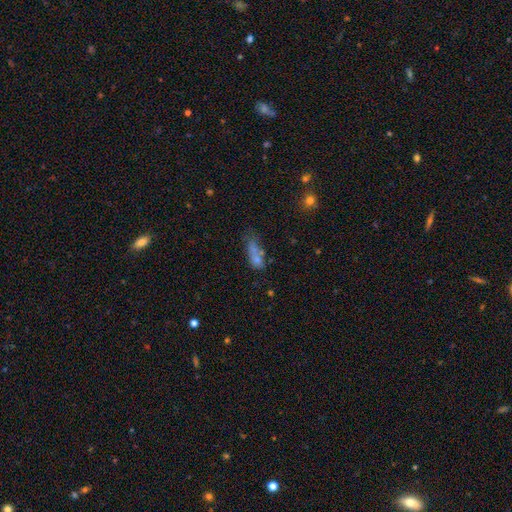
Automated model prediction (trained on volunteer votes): Morphology: type=smooth (66%); roundness=in between (68%); merging=none (30%).